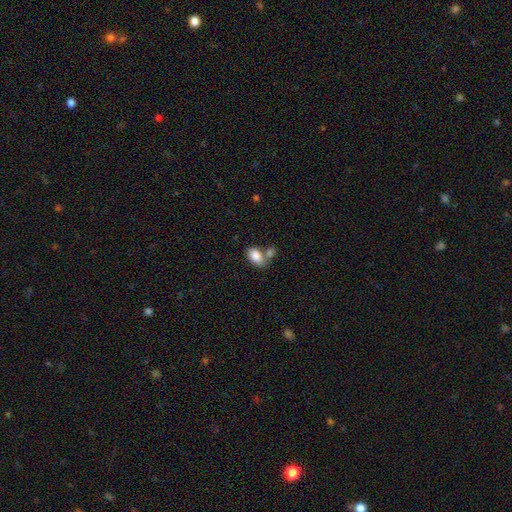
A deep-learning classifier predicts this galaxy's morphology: smooth_or_featured: smooth (p=0.84) [alt: featured or disk p=0.08]
how_rounded: in between (p=0.87) [alt: round p=0.12]
merging: none (p=0.44) [alt: merger p=0.38]